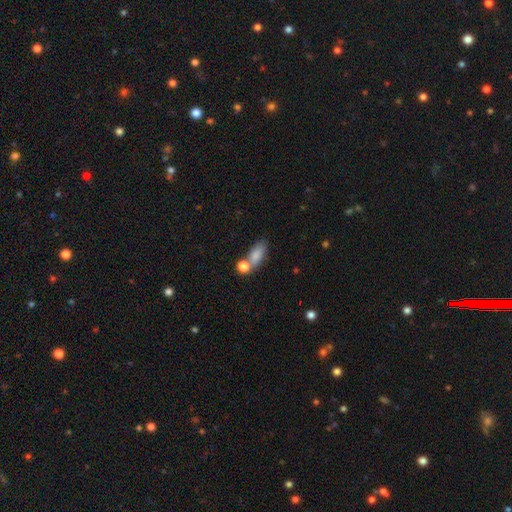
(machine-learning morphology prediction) Smooth or featured?
  - smooth: 81% *
  - featured or disk: 10%
  - star or artifact: 9%
How rounded?
  - in between: 78% *
  - cigar-shaped: 13%
  - round: 9%
Merging?
  - none: 45% *
  - merger: 35%
  - minor disturbance: 14%
  - major disturbance: 6%